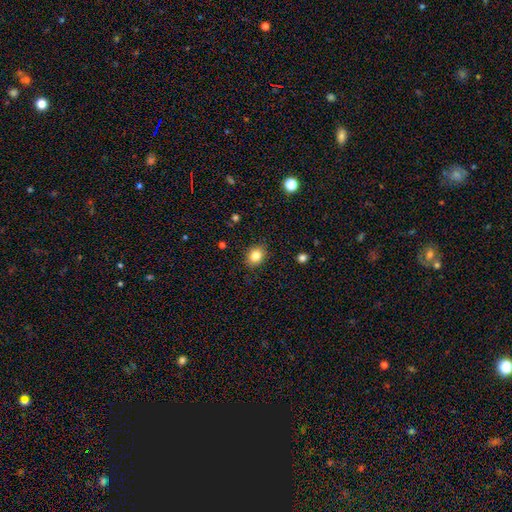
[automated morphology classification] smooth_or_featured: smooth (p=0.83) [alt: star or artifact p=0.10]
how_rounded: in between (p=0.52) [alt: round p=0.47]
merging: none (p=0.87) [alt: minor disturbance p=0.09]